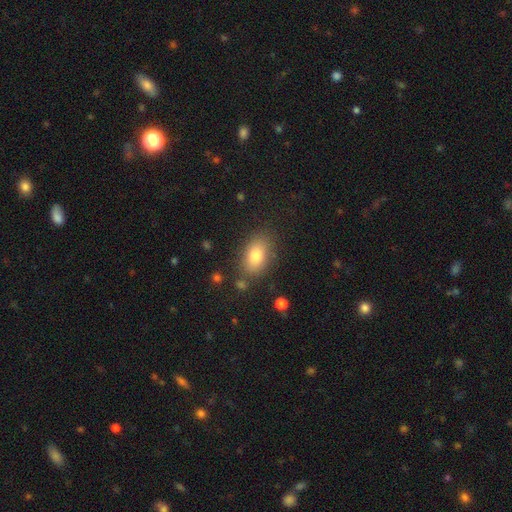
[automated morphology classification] A smooth galaxy with no disk features (81%) that is in between round and cigar-shaped (87%). Merging: none (80%).